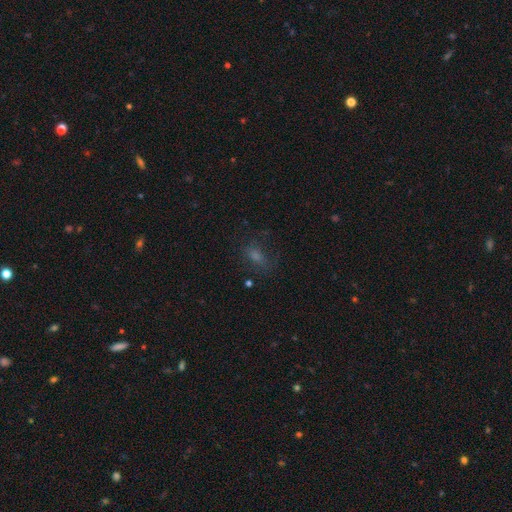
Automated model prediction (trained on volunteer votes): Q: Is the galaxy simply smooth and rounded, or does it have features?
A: smooth — 51%.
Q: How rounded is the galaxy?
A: in between — 71%.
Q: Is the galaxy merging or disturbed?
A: none — 69%.